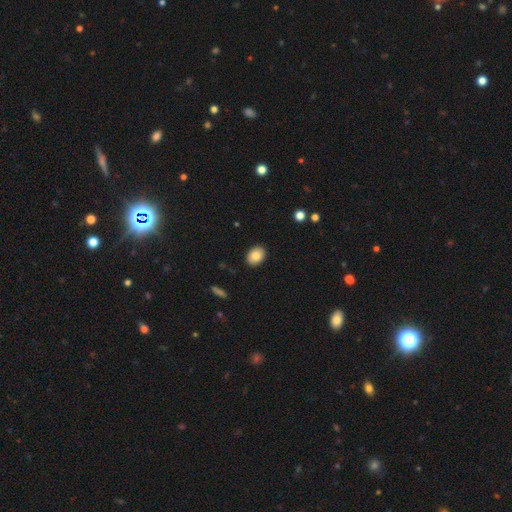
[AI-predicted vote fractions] This appears to be a smooth galaxy with no disk features (84%) that is in between round and cigar-shaped (67%). Merging: none (90%).